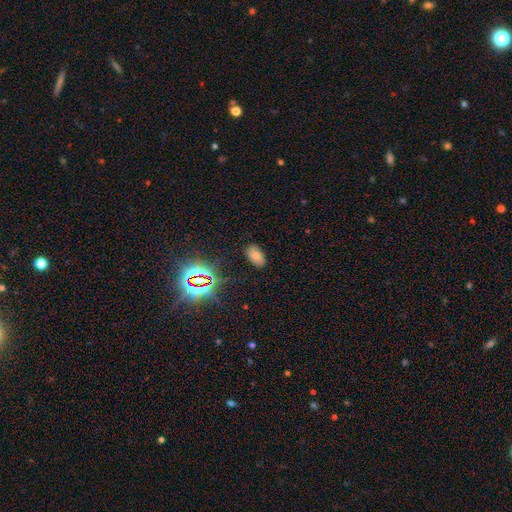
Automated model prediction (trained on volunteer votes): This is likely a smooth galaxy (66%). How rounded: clearly in between (92%). Merging: clearly none (83%).